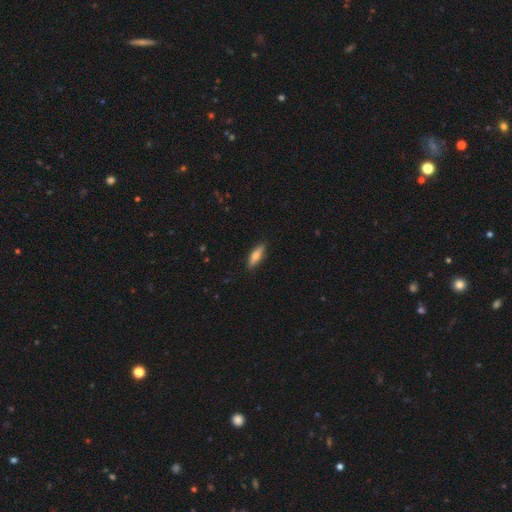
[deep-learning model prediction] This appears to be a smooth galaxy with no disk features (66%) that is cigar-shaped (51%). Merging: none (87%).